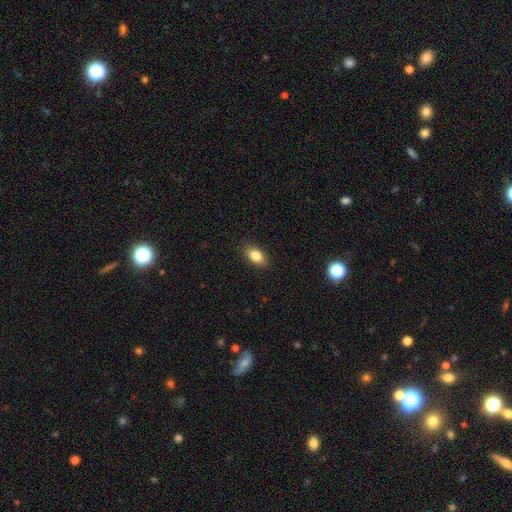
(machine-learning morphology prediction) This appears to be a smooth galaxy with no disk features (83%) that is in between round and cigar-shaped (88%). Merging: none (87%).